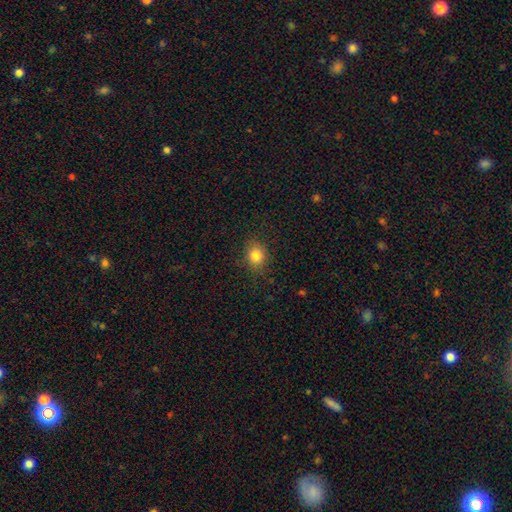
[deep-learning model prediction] The model was most divided on "how rounded": round: 62%, in between: 37%, cigar-shaped: 1%. More confident: merging — none (85%); smooth or featured — smooth (82%).